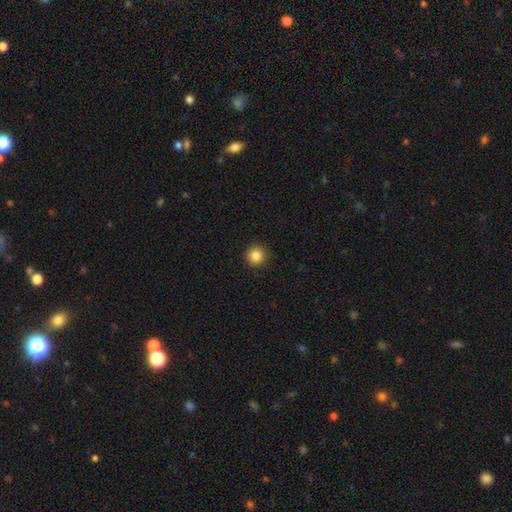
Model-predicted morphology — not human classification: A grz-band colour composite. It shows a smooth galaxy with no disk features (86%) that is round (95%). Merging: none (93%).